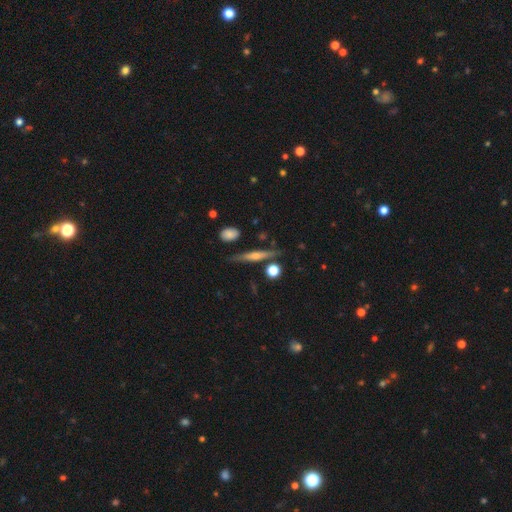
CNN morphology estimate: A featured or disk galaxy (68%) viewed edge-on (96%) with a rounded central bulge (74%). Merging: none (84%).